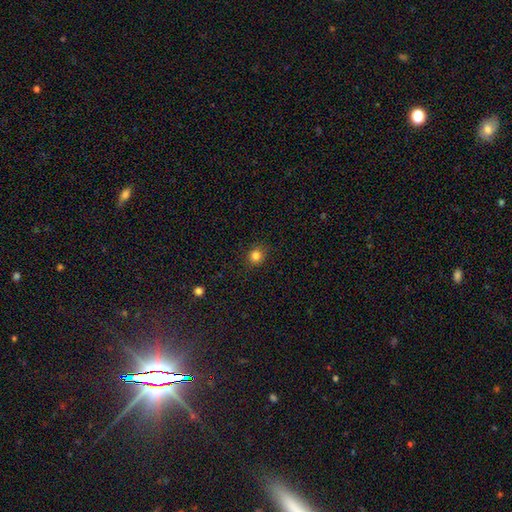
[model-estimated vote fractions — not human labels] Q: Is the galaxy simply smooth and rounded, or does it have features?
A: smooth — 83%.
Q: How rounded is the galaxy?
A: round — 85%.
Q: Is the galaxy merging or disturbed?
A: none — 88%.